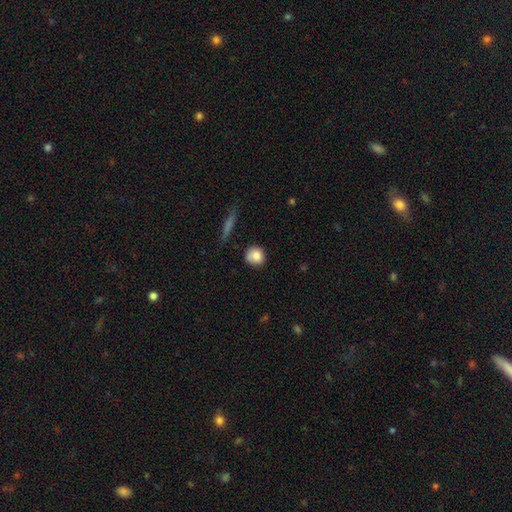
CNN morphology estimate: Smooth or featured? Predicted: smooth (p=0.84). How rounded? Predicted: round (p=0.86). Merging? Predicted: none (p=0.73).